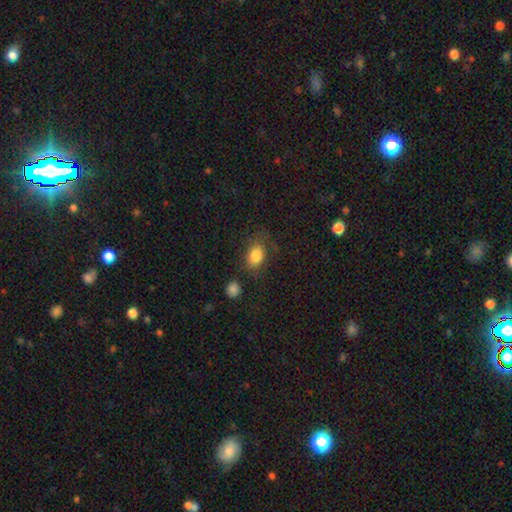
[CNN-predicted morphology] smooth-or-featured: smooth: 83% | star or artifact: 9% | featured or disk: 8%
  how-rounded: in between: 73% | round: 25% | cigar-shaped: 2%
  merging: none: 65% | minor disturbance: 21% | major disturbance: 10% | merger: 4%